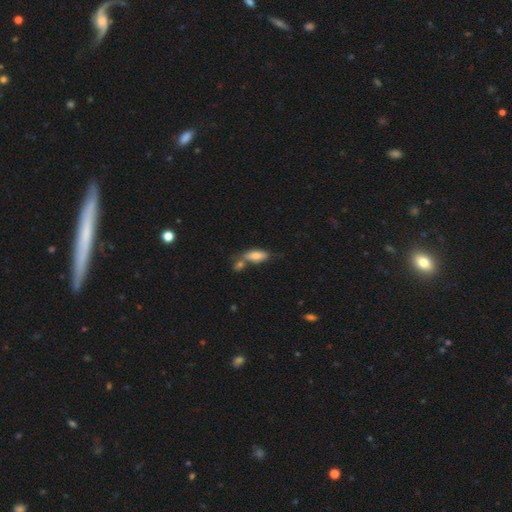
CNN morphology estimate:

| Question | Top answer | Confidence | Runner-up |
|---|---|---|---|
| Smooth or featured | smooth | 76% | featured or disk (16%) |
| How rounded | in between | 70% | cigar-shaped (27%) |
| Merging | none | 47% | merger (31%) |